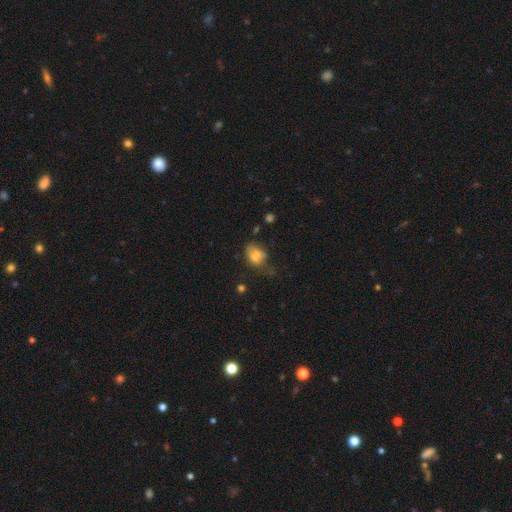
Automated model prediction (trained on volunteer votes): This is likely a smooth galaxy (76%). How rounded: likely in between (67%). Merging: marginally none (38%).